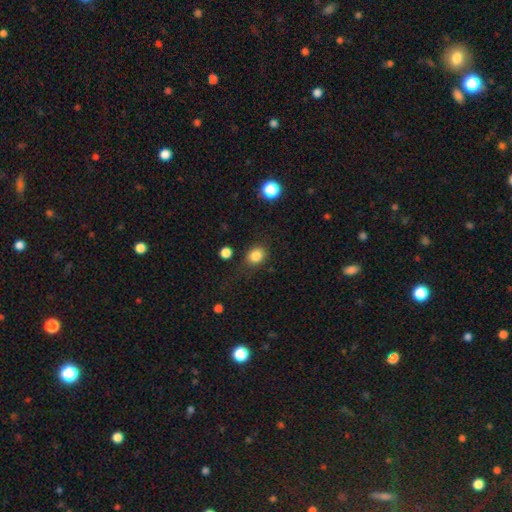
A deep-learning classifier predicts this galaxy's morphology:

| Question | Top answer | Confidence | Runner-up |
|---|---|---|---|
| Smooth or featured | smooth | 84% | star or artifact (11%) |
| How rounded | round | 62% | in between (37%) |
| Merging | none | 78% | minor disturbance (14%) |